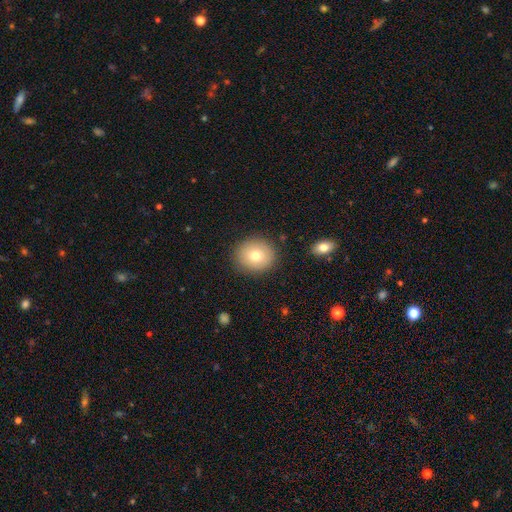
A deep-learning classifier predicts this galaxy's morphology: This appears to be a smooth galaxy with no disk features (74%) that is round (83%). Merging: none (88%).